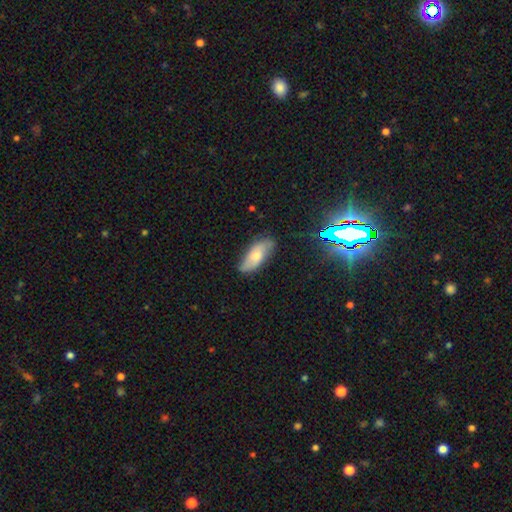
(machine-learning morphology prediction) The model was most divided on "smooth or featured": smooth: 55%, featured or disk: 37%, star or artifact: 8%. More confident: how rounded — in between (81%); merging — none (74%).